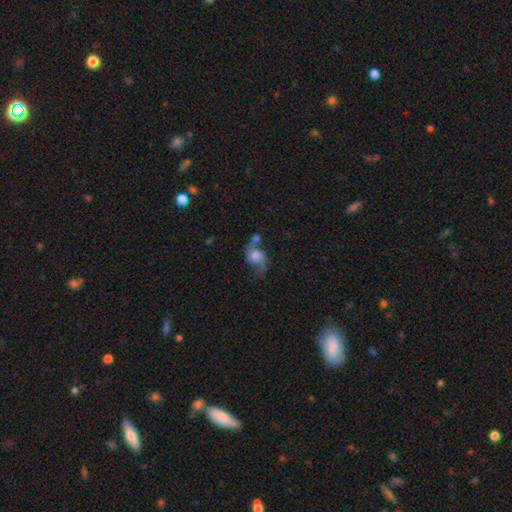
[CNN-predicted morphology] A featured or disk galaxy (61%) with no bar (67%), 2 (86%) loose (76%) spiral arms (87%) and a large central bulge (30%).

Vote fractions:
- Smooth or featured? featured or disk: 61% / smooth: 29% / star or artifact: 10%
- Edge-on disk? no: 96% / yes: 4%
- Bar? no: 67% / weak: 28% / strong: 5%
- Spiral arms? yes: 87% / no: 13%
- Spiral winding? loose: 76% / medium: 19% / tight: 4%
- Spiral arm count? 2: 86% / 1: 8% / can't tell: 4% / 3: 1% / 4: 1% / more than 4: 1%
- Bulge size? large: 30% / moderate: 29% / small: 18% / none: 17% / dominant: 7%
- Merging? none: 35% / merger: 29% / minor disturbance: 18% / major disturbance: 17%